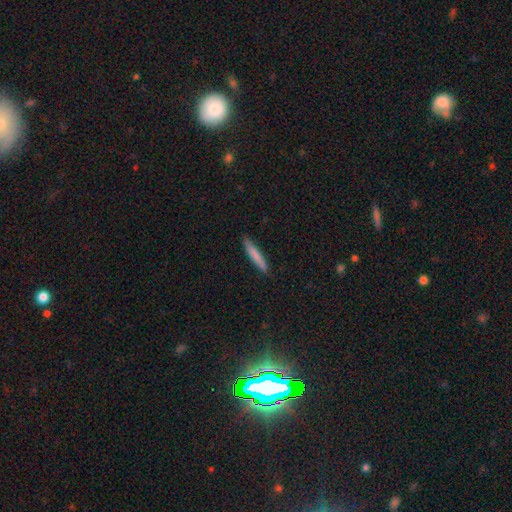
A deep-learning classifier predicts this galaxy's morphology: type=smooth (78%); roundness=cigar-shaped (94%); merging=none (88%).